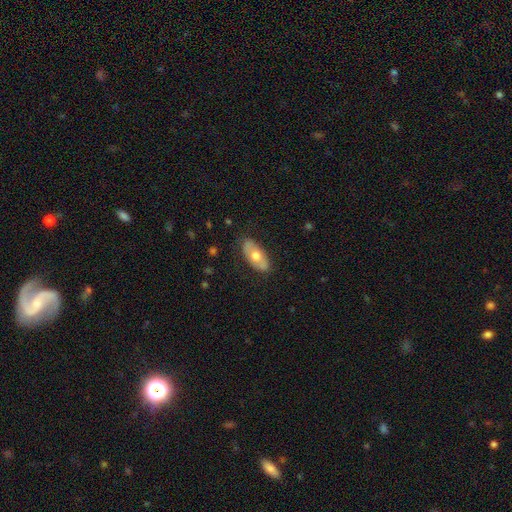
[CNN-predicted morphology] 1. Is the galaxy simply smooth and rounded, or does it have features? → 55% smooth, 39% featured or disk, 5% star or artifact.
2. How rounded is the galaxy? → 91% in between, 5% cigar-shaped, 4% round.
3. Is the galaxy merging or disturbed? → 81% none, 15% minor disturbance, 3% major disturbance, 1% merger.